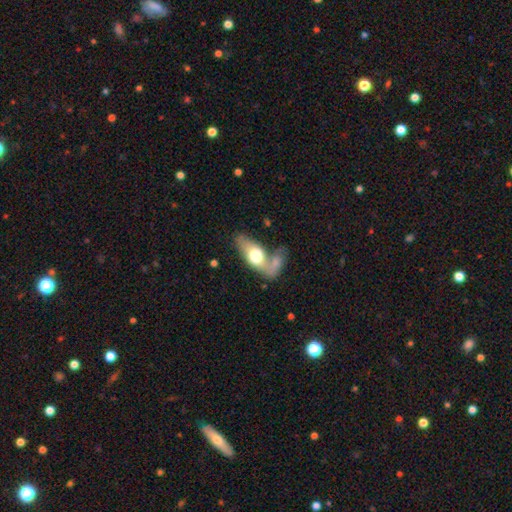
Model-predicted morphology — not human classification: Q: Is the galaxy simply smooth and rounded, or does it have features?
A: smooth — 55%.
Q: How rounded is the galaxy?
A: in between — 79%.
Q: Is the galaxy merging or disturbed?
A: merger — 39%.